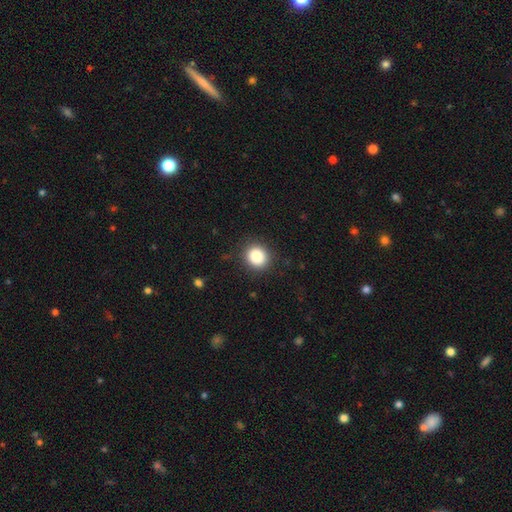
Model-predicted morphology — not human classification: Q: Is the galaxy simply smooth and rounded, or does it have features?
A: smooth — 87%.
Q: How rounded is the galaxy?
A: round — 83%.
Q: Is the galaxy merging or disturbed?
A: none — 89%.